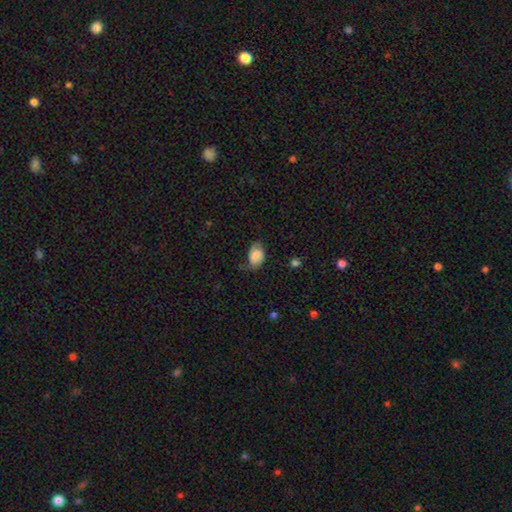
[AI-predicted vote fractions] Morphology: type=smooth (76%); roundness=in between (87%); merging=none (52%).